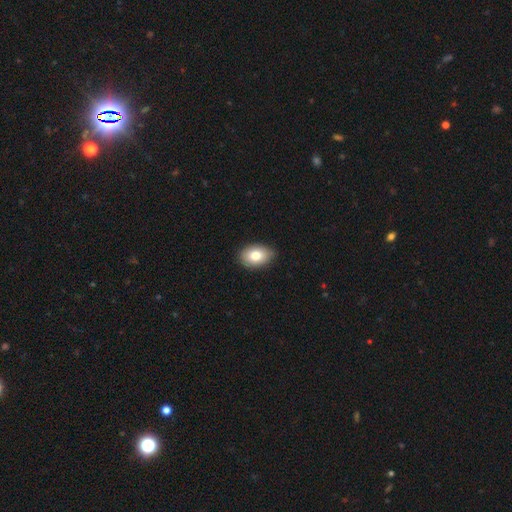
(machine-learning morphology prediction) Smooth or featured? smooth (81%)
How rounded? in between (84%)
Merging? none (85%)